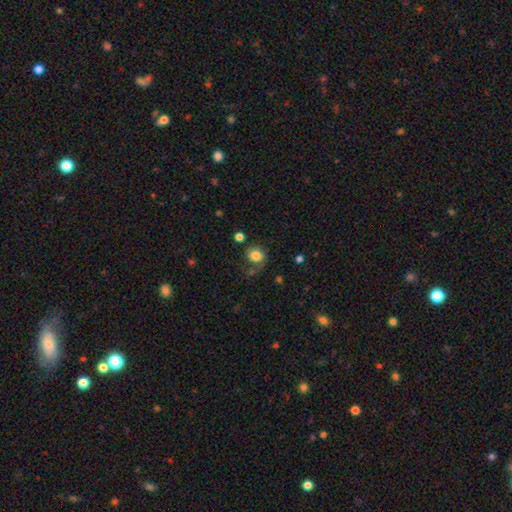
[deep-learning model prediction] A smooth galaxy with no disk features (77%) that is round (69%). Merging: none (54%).